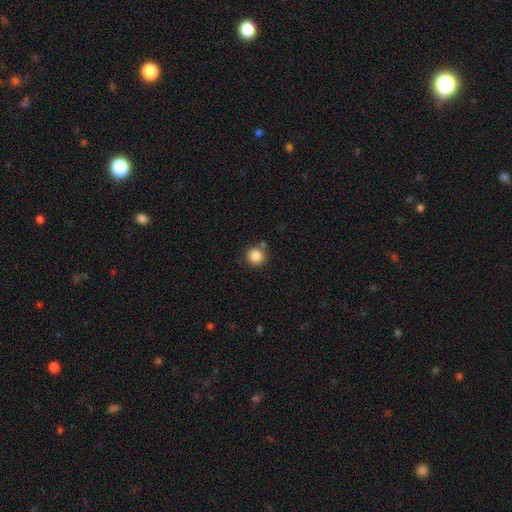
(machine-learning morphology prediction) type=smooth (86%); roundness=round (93%); merging=none (78%).